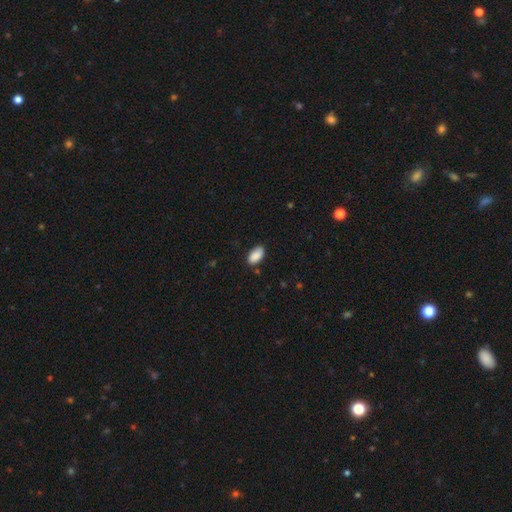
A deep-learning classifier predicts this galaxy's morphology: A smooth galaxy with no disk features (88%) that is in between round and cigar-shaped (94%).

Vote fractions:
- Smooth or featured? smooth: 88% / star or artifact: 7% / featured or disk: 5%
- How rounded? in between: 94% / round: 3% / cigar-shaped: 2%
- Merging? none: 81% / minor disturbance: 15% / major disturbance: 3% / merger: 1%